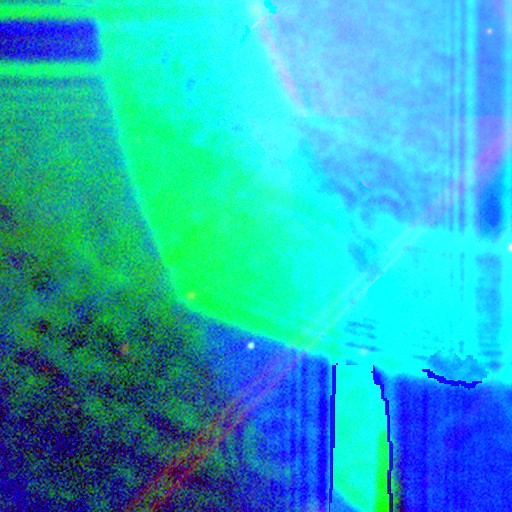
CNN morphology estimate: Q: Smooth or featured?
A: star or artifact (86%); runner-up: featured or disk (8%)